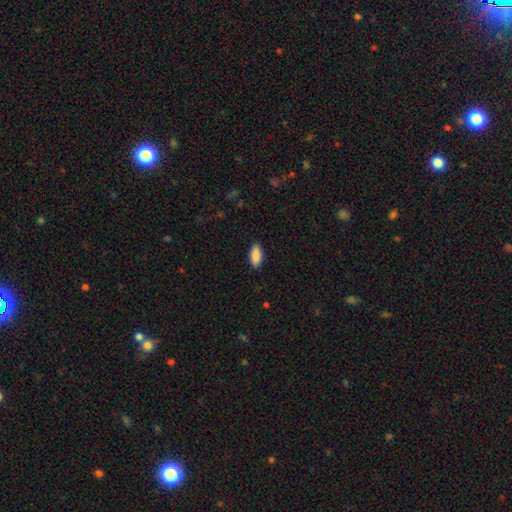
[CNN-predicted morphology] This appears to be a smooth galaxy with no disk features (90%) that is in between round and cigar-shaped (85%). Merging: none (87%).